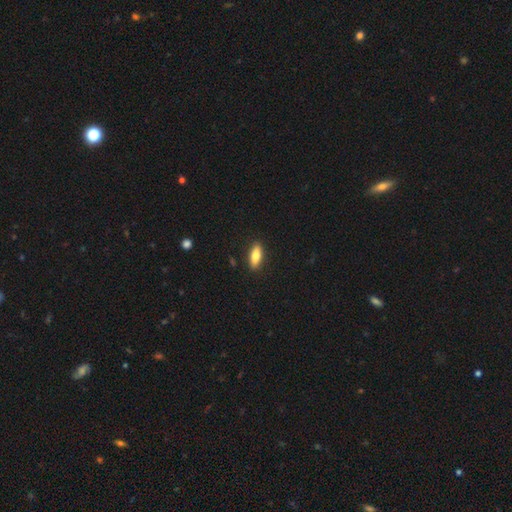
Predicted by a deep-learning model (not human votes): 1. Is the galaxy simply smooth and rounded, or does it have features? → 77% smooth, 17% featured or disk, 6% star or artifact.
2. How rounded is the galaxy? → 70% in between, 27% cigar-shaped, 3% round.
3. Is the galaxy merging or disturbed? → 89% none, 8% minor disturbance, 2% major disturbance, 1% merger.